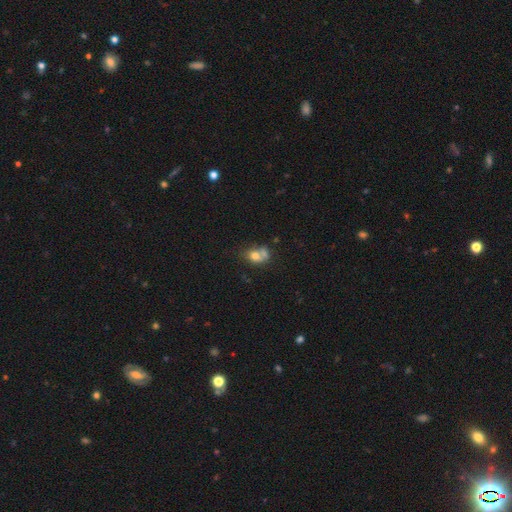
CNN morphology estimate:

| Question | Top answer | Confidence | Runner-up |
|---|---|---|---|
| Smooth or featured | smooth | 69% | featured or disk (20%) |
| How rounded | in between | 58% | round (40%) |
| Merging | merger | 46% | none (29%) |